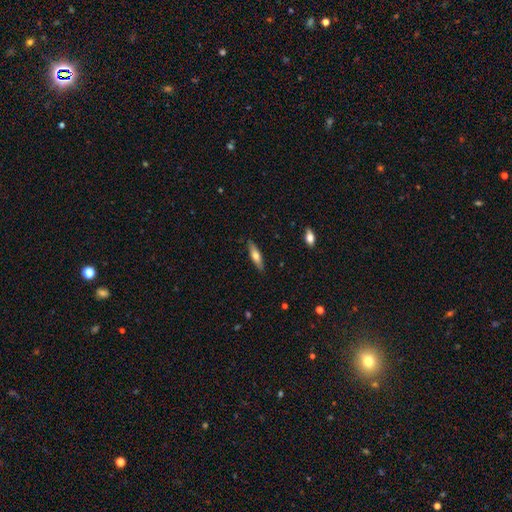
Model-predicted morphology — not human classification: smooth 58%, featured or disk 36%, star or artifact 6%. Down the decision tree: how rounded — cigar-shaped (68%); merging — none (88%).